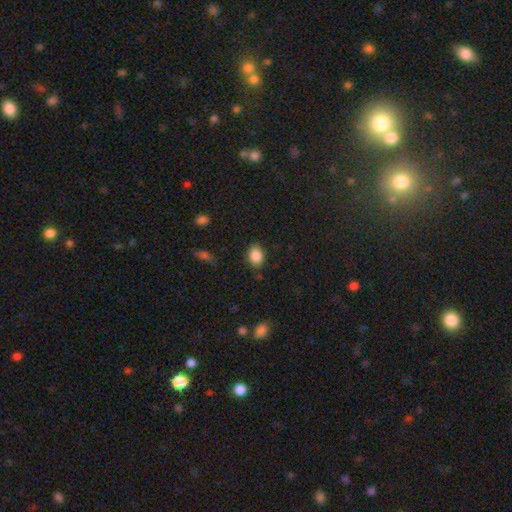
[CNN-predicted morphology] Smooth or featured? Predicted: smooth (p=0.86). How rounded? Predicted: in between (p=0.66). Merging? Predicted: none (p=0.79).